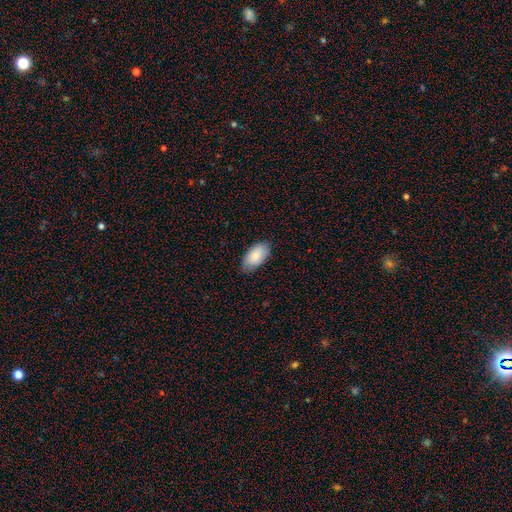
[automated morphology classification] This appears to be a smooth galaxy with no disk features (83%) that is in between round and cigar-shaped (95%). Merging: none (78%).